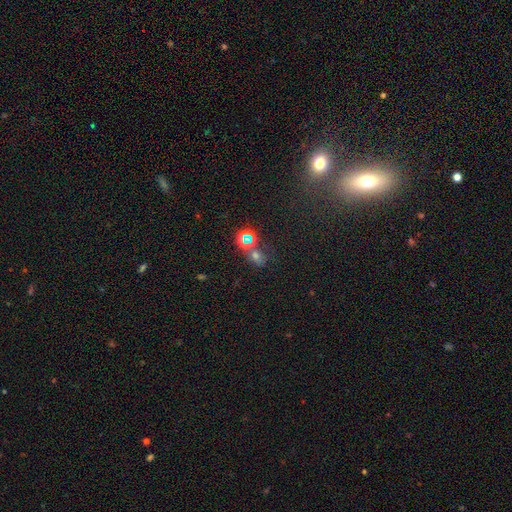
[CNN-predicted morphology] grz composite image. It shows a star or artifact, not a galaxy (44%).